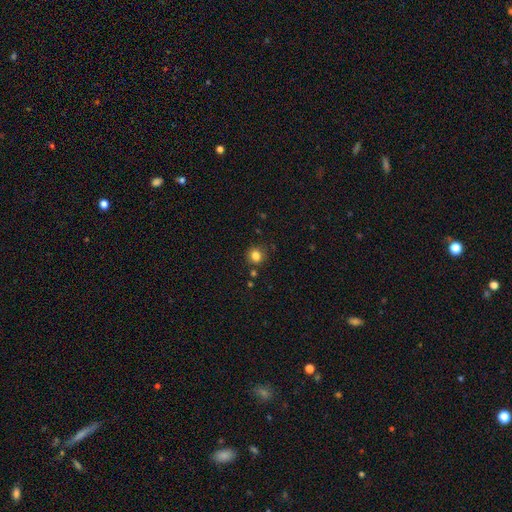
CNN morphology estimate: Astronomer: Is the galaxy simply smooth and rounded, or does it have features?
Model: smooth — 82%.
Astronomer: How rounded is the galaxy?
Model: round — 91%.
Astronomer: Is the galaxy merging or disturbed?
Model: none — 84%.